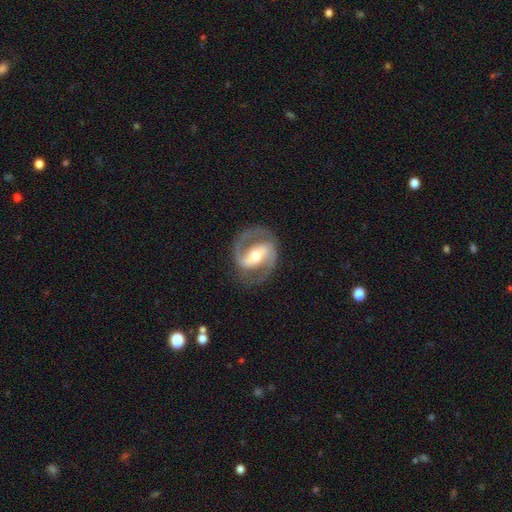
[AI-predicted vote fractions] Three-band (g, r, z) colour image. It shows a featured or disk galaxy (89%) with a strong bar (52%), 2 (92%) medium (57%) spiral arms (95%) and a moderate central bulge (67%). Merging: none (81%).